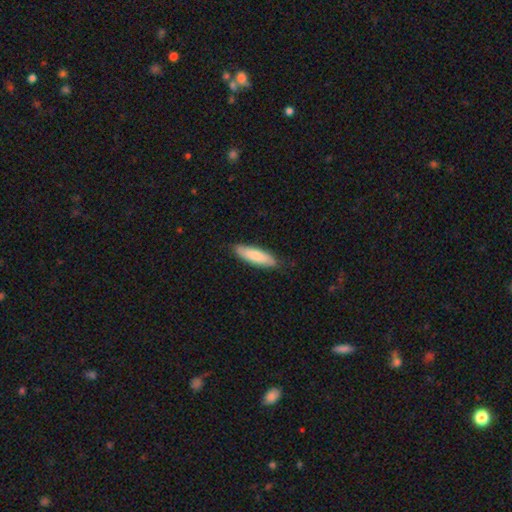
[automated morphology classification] smooth 80%, featured or disk 15%, star or artifact 5%. Down the decision tree: how rounded — cigar-shaped (56%); merging — none (83%).